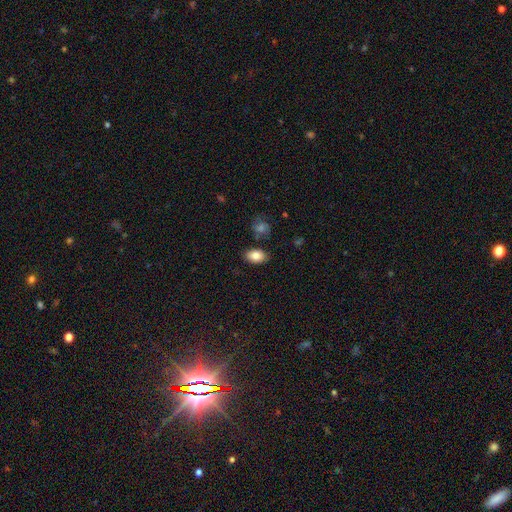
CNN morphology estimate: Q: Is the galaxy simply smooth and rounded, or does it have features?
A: smooth — 84%.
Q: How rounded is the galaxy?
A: in between — 89%.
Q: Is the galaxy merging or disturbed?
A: none — 82%.